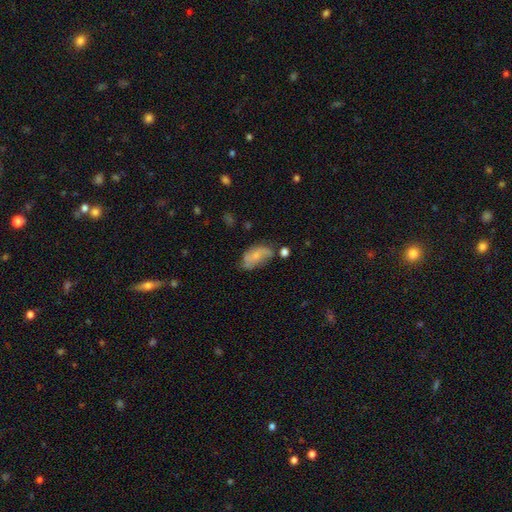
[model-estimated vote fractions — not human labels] Smooth or featured? smooth (53%)
How rounded? in between (90%)
Merging? none (46%)